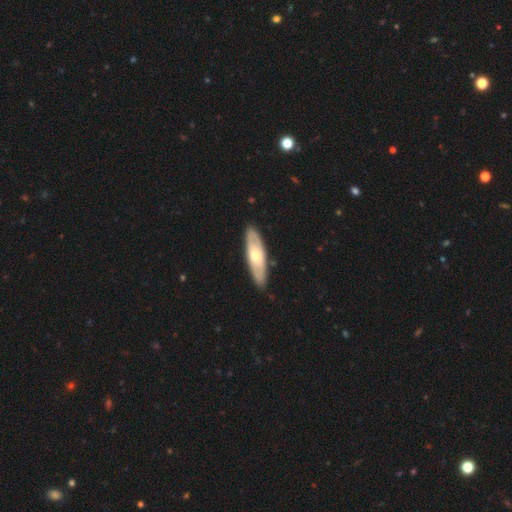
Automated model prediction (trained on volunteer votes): Smooth or featured? smooth (48%)
Merging? none (87%)